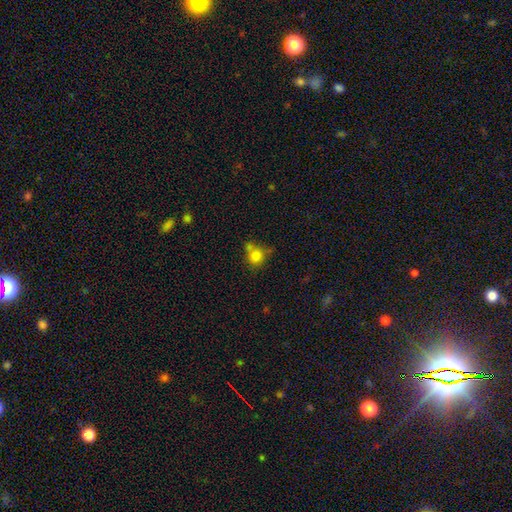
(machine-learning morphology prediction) Q: Smooth or featured?
A: smooth (80%); runner-up: star or artifact (12%)
Q: How rounded?
A: round (79%); runner-up: in between (20%)
Q: Merging?
A: none (48%); runner-up: merger (25%)